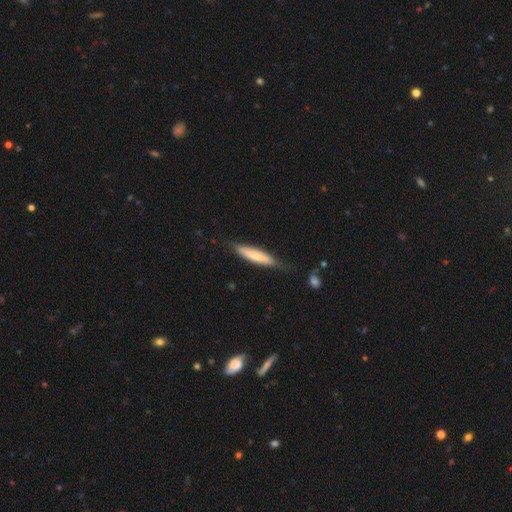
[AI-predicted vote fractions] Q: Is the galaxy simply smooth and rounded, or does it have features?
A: smooth — 66%.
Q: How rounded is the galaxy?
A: cigar-shaped — 80%.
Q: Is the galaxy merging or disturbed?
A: none — 75%.